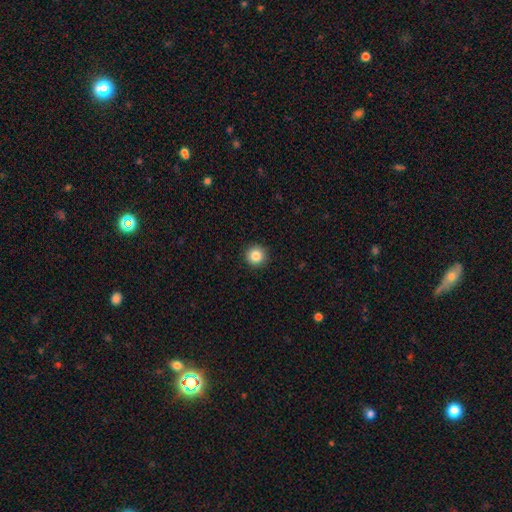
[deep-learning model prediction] A smooth galaxy with no disk features (86%) that is round (96%).

Vote fractions:
- Smooth or featured? smooth: 86% / star or artifact: 10% / featured or disk: 4%
- How rounded? round: 96% / in between: 3% / cigar-shaped: 1%
- Merging? none: 93% / minor disturbance: 4% / major disturbance: 2% / merger: 1%